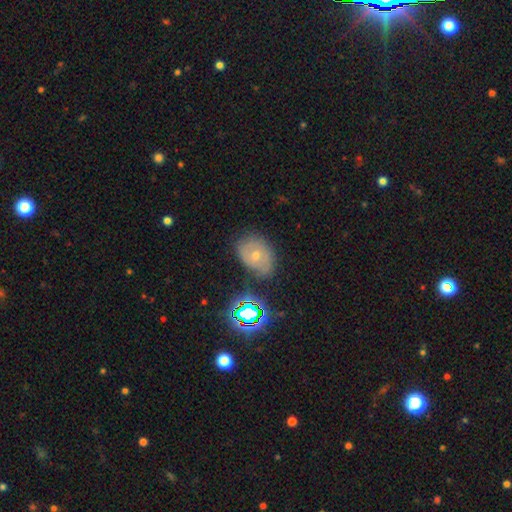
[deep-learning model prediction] Smooth or featured: smooth — 42% (featured or disk — 39%)
Merging: none — 63% (minor disturbance — 25%)